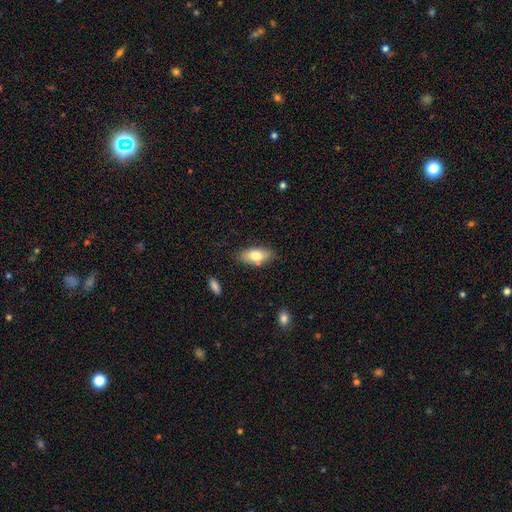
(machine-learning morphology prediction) The model was most divided on "smooth or featured": smooth: 78%, featured or disk: 15%, star or artifact: 7%. More confident: how rounded — in between (88%); merging — none (80%).